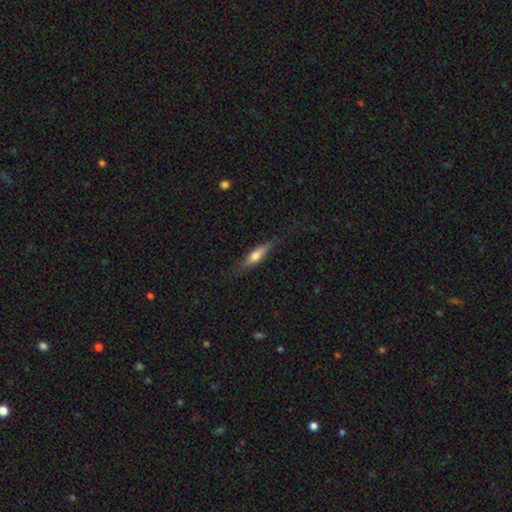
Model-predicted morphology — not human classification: smooth_or_featured: smooth (p=0.51) [alt: featured or disk p=0.43]
how_rounded: cigar-shaped (p=0.73) [alt: in between p=0.24]
merging: none (p=0.78) [alt: minor disturbance p=0.16]